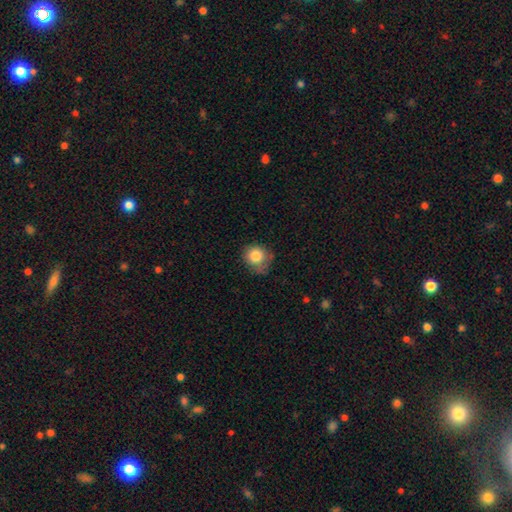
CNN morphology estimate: smooth-or-featured: smooth: 82% | star or artifact: 9% | featured or disk: 9%
  how-rounded: round: 81% | in between: 18% | cigar-shaped: 1%
  merging: none: 57% | minor disturbance: 31% | major disturbance: 9% | merger: 2%